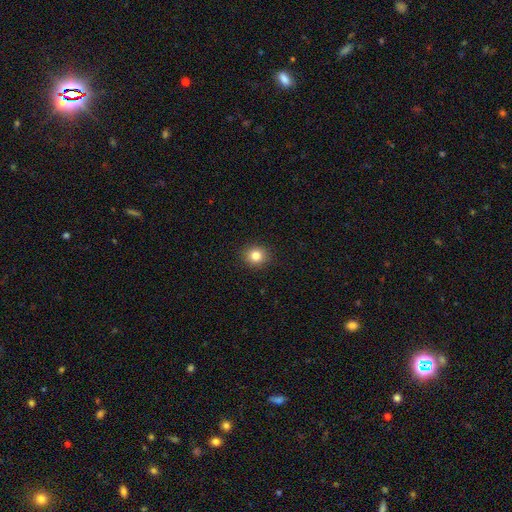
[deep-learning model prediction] Smooth or featured?
  - smooth: 82% *
  - star or artifact: 11%
  - featured or disk: 6%
How rounded?
  - round: 84% *
  - in between: 15%
  - cigar-shaped: 1%
Merging?
  - none: 91% *
  - minor disturbance: 6%
  - major disturbance: 2%
  - merger: 1%